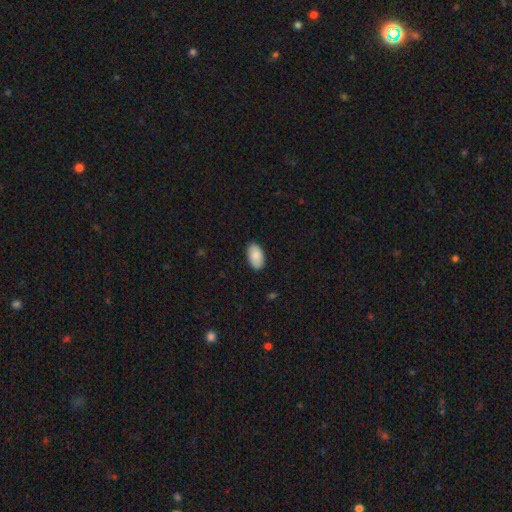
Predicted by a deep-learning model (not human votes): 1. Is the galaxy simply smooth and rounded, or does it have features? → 88% smooth, 6% star or artifact, 6% featured or disk.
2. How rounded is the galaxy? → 95% in between, 4% round, 1% cigar-shaped.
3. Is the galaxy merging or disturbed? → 87% none, 10% minor disturbance, 2% major disturbance, 1% merger.